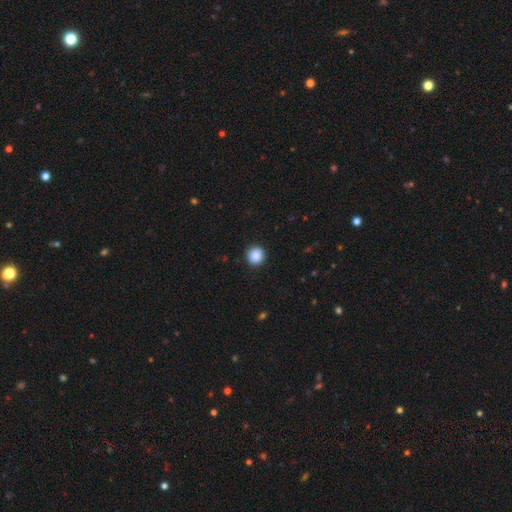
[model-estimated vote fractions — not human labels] Smooth or featured?
  - smooth: 88% *
  - star or artifact: 9%
  - featured or disk: 3%
How rounded?
  - round: 94% *
  - in between: 5%
  - cigar-shaped: 1%
Merging?
  - none: 91% *
  - minor disturbance: 6%
  - major disturbance: 2%
  - merger: 1%